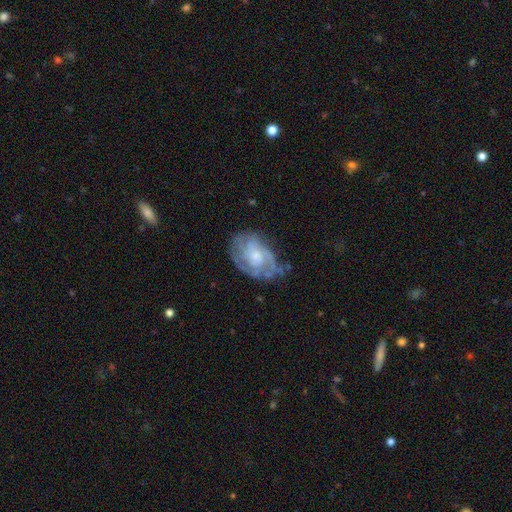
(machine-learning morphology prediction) This appears to be a featured or disk galaxy (72%) with no bar (71%), tight (49%) spiral arms (81%) and a small central bulge (43%, tied with moderate). Merging: none (56%).